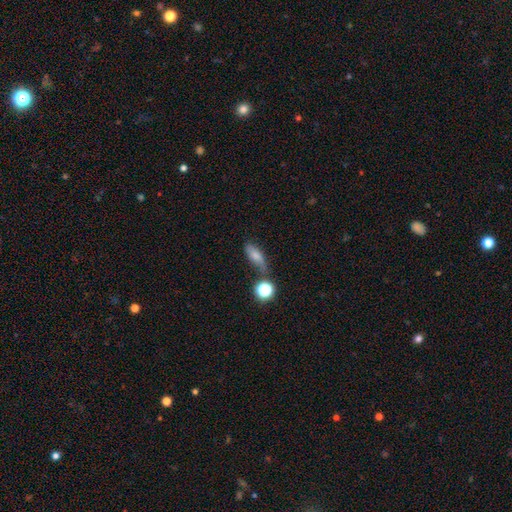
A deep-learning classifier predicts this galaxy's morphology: The model was most divided on "merging": none: 59%, minor disturbance: 22%, merger: 11%, major disturbance: 8%. More confident: smooth or featured — smooth (73%); how rounded — in between (64%).